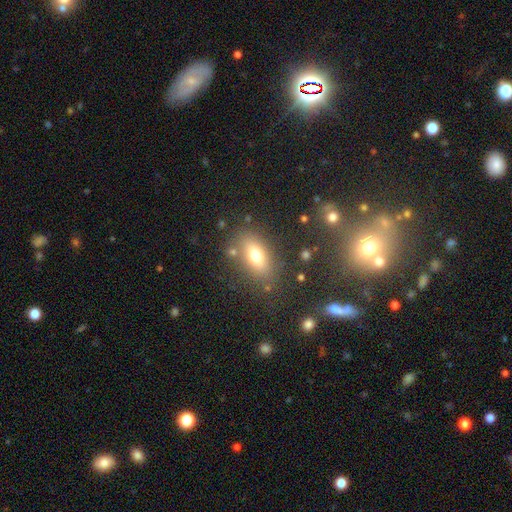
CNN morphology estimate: Q: Smooth or featured?
A: smooth (71%); runner-up: featured or disk (18%)
Q: How rounded?
A: in between (80%); runner-up: round (11%)
Q: Merging?
A: none (76%); runner-up: minor disturbance (13%)